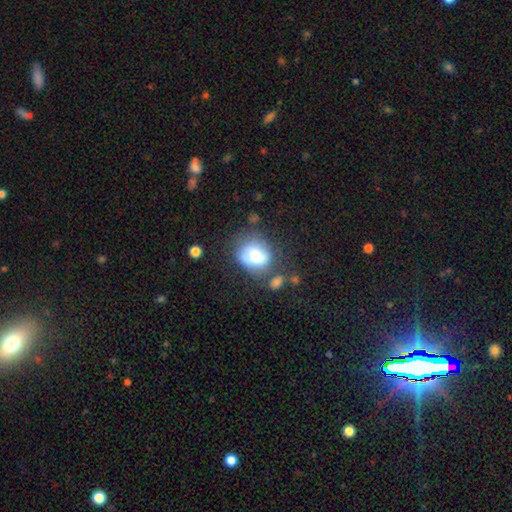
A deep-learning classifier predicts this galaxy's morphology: Smooth or featured?
  - smooth: 68% *
  - featured or disk: 24%
  - star or artifact: 8%
How rounded?
  - round: 62% *
  - in between: 37%
  - cigar-shaped: 1%
Merging?
  - none: 56% *
  - minor disturbance: 23%
  - major disturbance: 11%
  - merger: 10%